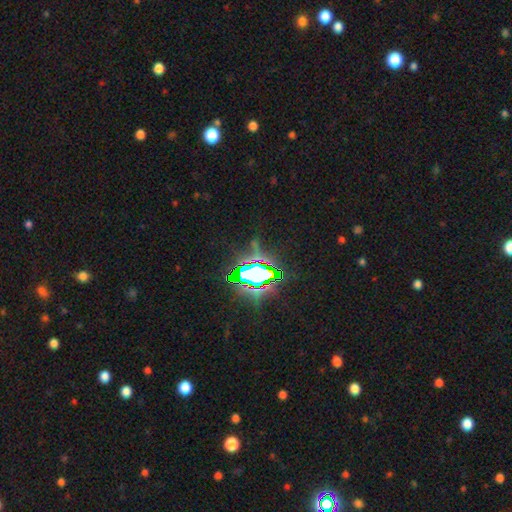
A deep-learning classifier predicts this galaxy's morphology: Smooth or featured: star or artifact — 84% (smooth — 9%)